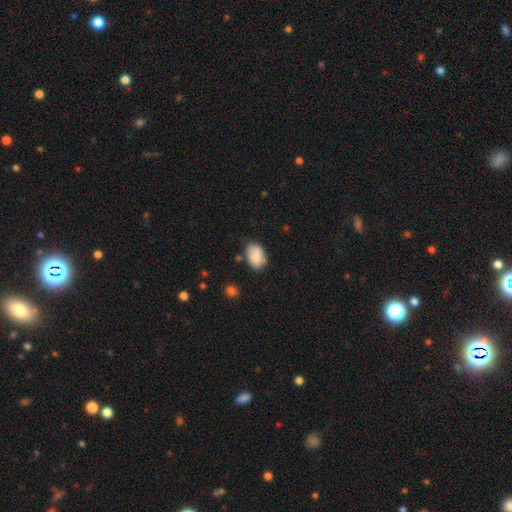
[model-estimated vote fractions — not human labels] A smooth galaxy with no disk features (84%) that is in between round and cigar-shaped (89%). Merging: none (66%).